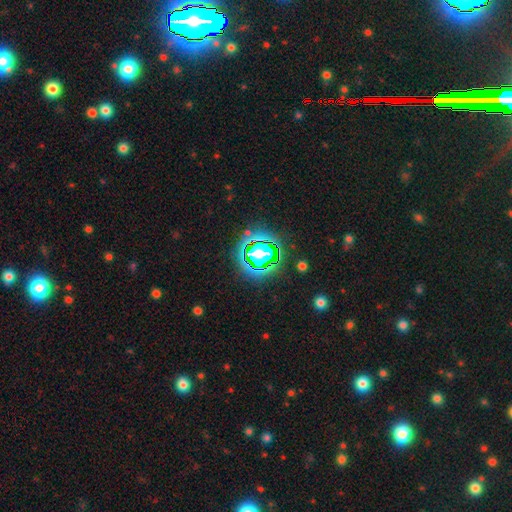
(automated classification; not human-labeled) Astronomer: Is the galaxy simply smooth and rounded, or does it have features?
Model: star or artifact — 79%.